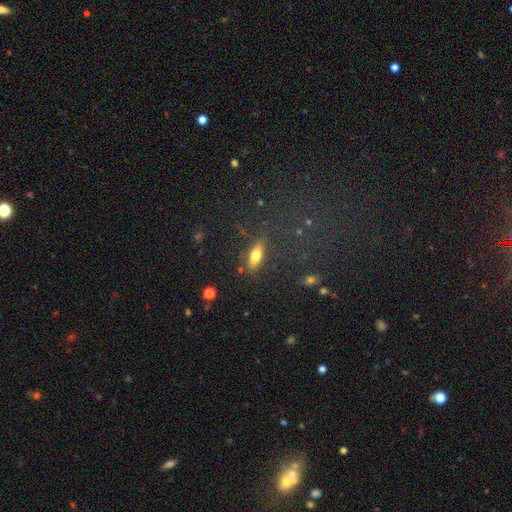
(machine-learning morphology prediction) Overall: smooth (69%). How rounded: in between (65%; cigar-shaped 31%). Merging: none (81%).